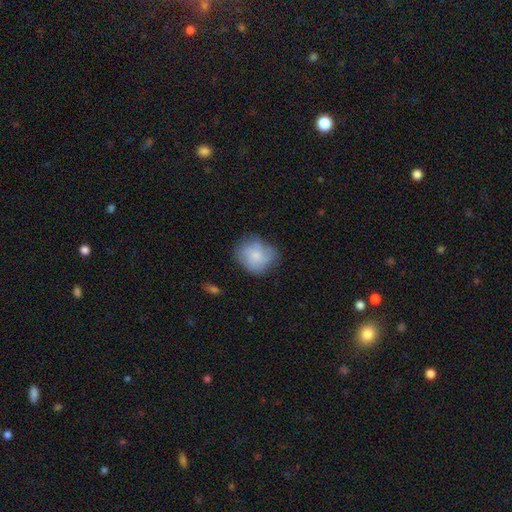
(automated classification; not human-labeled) Q: Smooth or featured?
A: smooth (61%); runner-up: featured or disk (31%)
Q: How rounded?
A: round (68%); runner-up: in between (31%)
Q: Merging?
A: none (61%); runner-up: minor disturbance (27%)